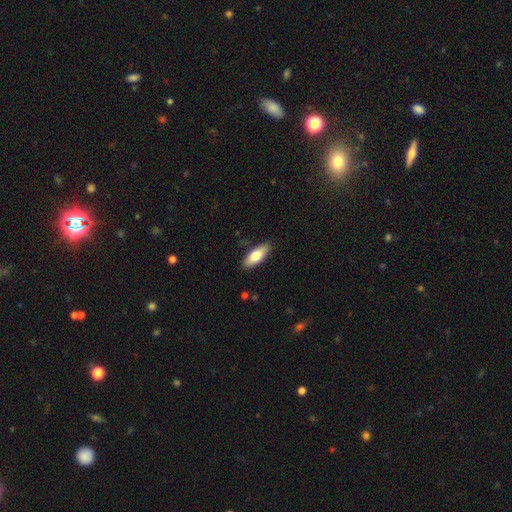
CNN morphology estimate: Q: Smooth or featured?
A: smooth (74%); runner-up: featured or disk (20%)
Q: How rounded?
A: in between (74%); runner-up: cigar-shaped (24%)
Q: Merging?
A: none (87%); runner-up: minor disturbance (10%)